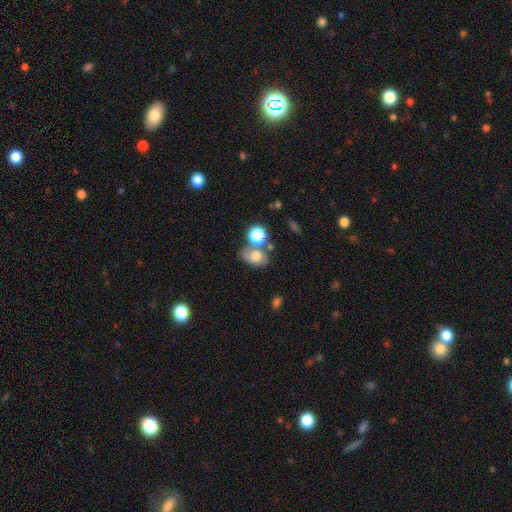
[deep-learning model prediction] Smooth or featured? Predicted: smooth (p=0.60). How rounded? Predicted: in between (p=0.66). Merging? Predicted: none (p=0.51).